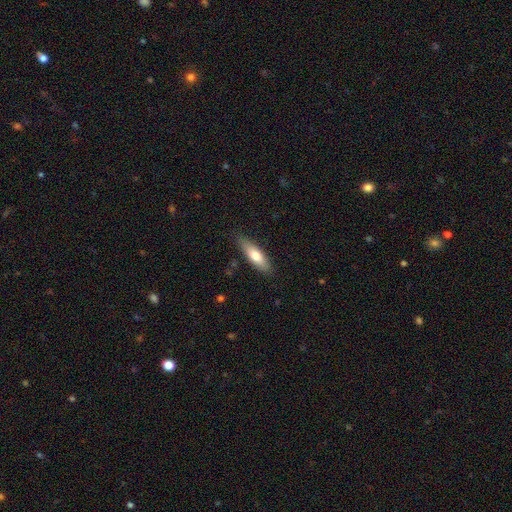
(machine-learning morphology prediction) Overall: smooth (71%). How rounded: cigar-shaped (50%; in between 48%). Merging: none (83%).